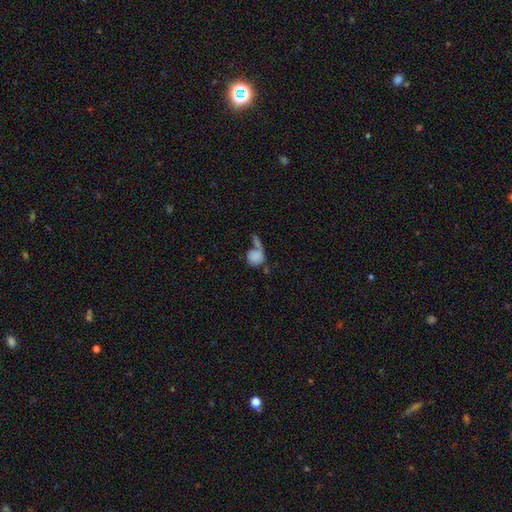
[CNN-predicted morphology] Smooth or featured?
  - smooth: 75% *
  - featured or disk: 16%
  - star or artifact: 9%
How rounded?
  - round: 70% *
  - in between: 27%
  - cigar-shaped: 2%
Merging?
  - merger: 32% *
  - none: 31%
  - major disturbance: 22%
  - minor disturbance: 14%